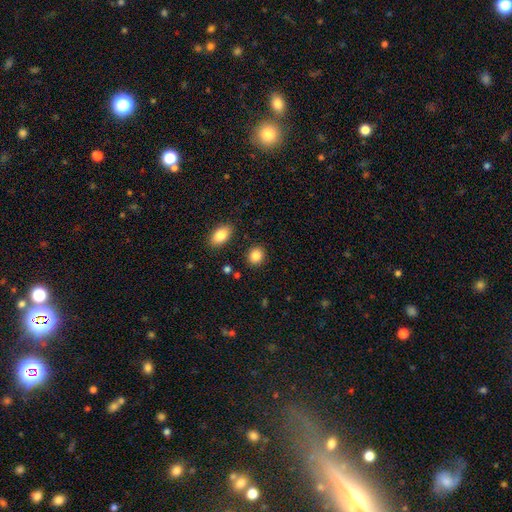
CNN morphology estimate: smooth 87%, star or artifact 9%, featured or disk 4%. Down the decision tree: how rounded — round (65%); merging — none (88%).